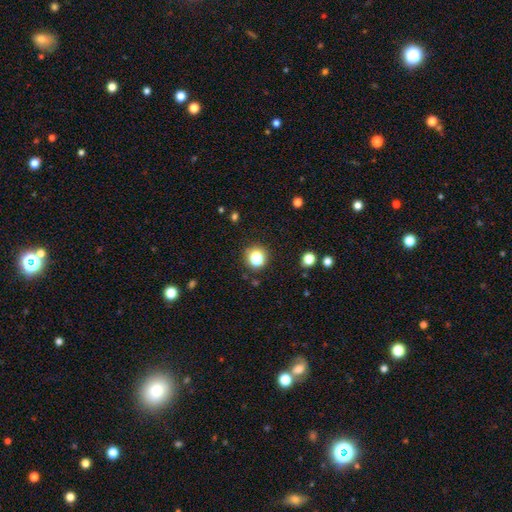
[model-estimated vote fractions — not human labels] smooth-or-featured: smooth: 81% | star or artifact: 13% | featured or disk: 6%
  how-rounded: round: 83% | in between: 16% | cigar-shaped: 1%
  merging: none: 84% | minor disturbance: 10% | merger: 3% | major disturbance: 3%